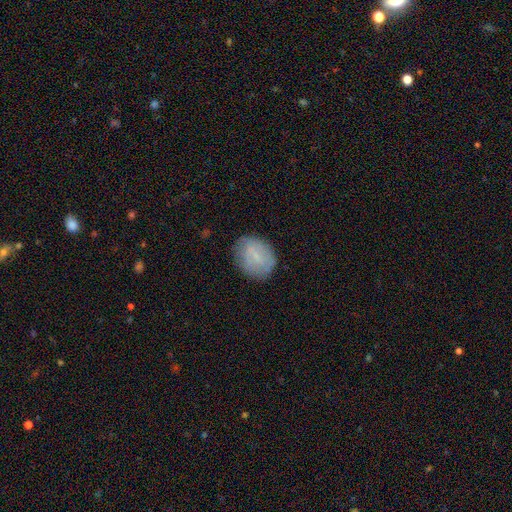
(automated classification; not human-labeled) This is possibly a smooth galaxy (59%). How rounded: possibly round (51%). Merging: likely none (73%).